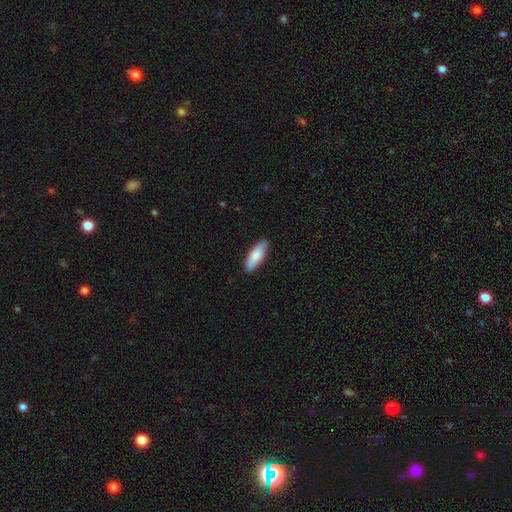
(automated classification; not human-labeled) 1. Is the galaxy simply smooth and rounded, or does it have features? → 81% smooth, 14% featured or disk, 5% star or artifact.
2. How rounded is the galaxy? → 59% in between, 40% cigar-shaped, 2% round.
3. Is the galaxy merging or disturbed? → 87% none, 10% minor disturbance, 2% major disturbance, 1% merger.